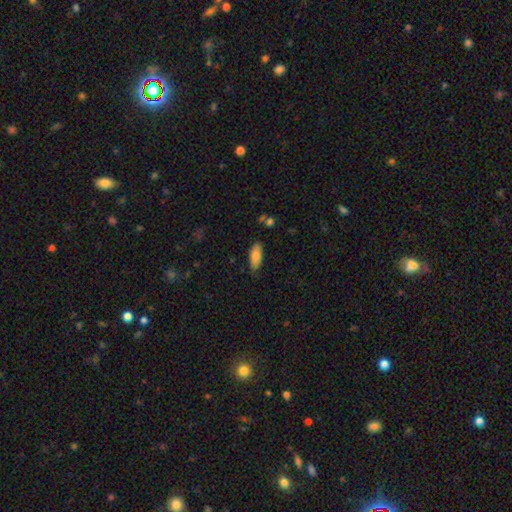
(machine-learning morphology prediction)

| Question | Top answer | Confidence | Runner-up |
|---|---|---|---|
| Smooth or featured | smooth | 78% | featured or disk (16%) |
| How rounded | in between | 81% | cigar-shaped (17%) |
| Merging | none | 81% | minor disturbance (15%) |